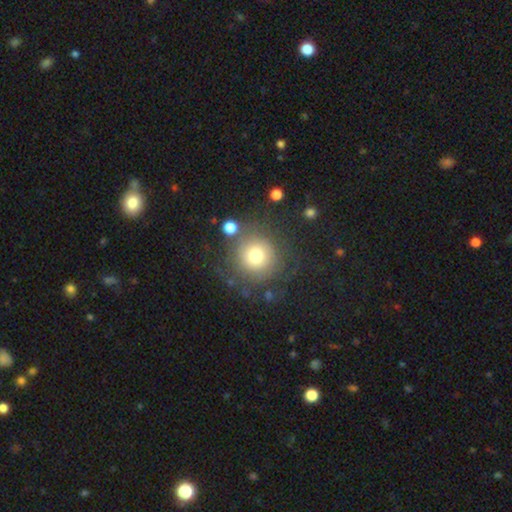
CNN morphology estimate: Smooth or featured? Predicted: smooth (p=0.67). How rounded? Predicted: round (p=0.93). Merging? Predicted: none (p=0.73).